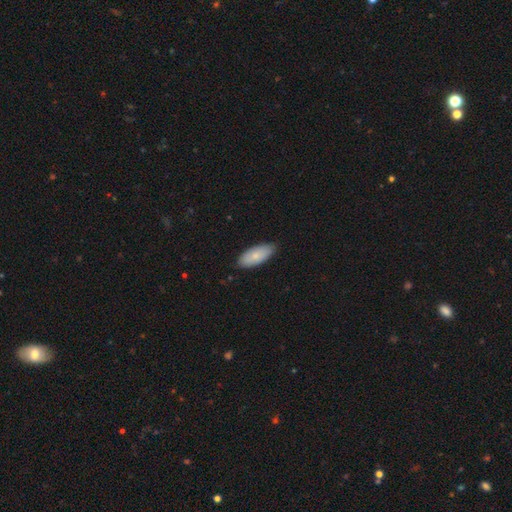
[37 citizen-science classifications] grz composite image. It shows a smooth galaxy with no disk features (78%) that is in between round and cigar-shaped (90%). Merging: none (86%).